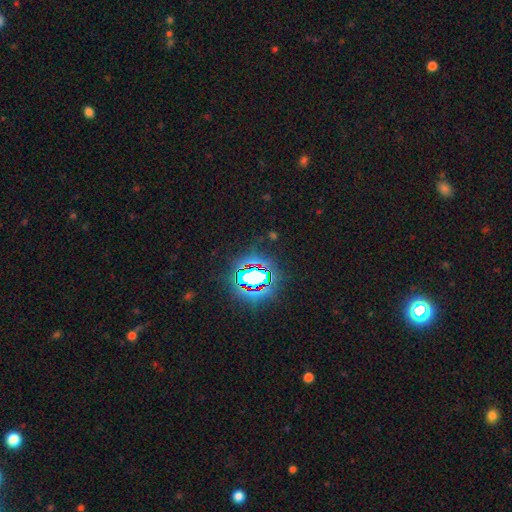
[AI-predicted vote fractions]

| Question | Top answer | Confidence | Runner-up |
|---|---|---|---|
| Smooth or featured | star or artifact | 82% | smooth (11%) |